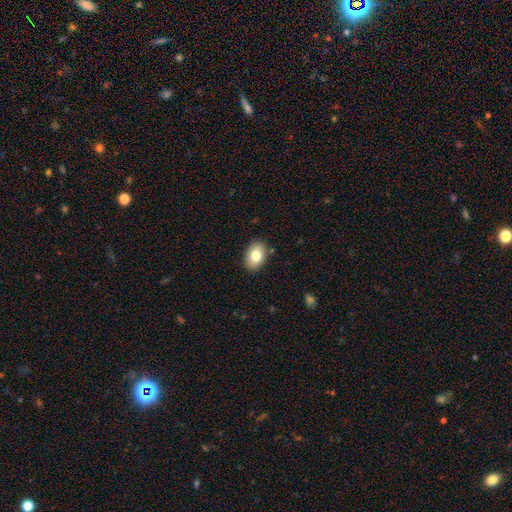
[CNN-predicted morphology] Smooth or featured: smooth — 79% (featured or disk — 13%)
How rounded: in between — 81% (round — 18%)
Merging: none — 87% (minor disturbance — 9%)